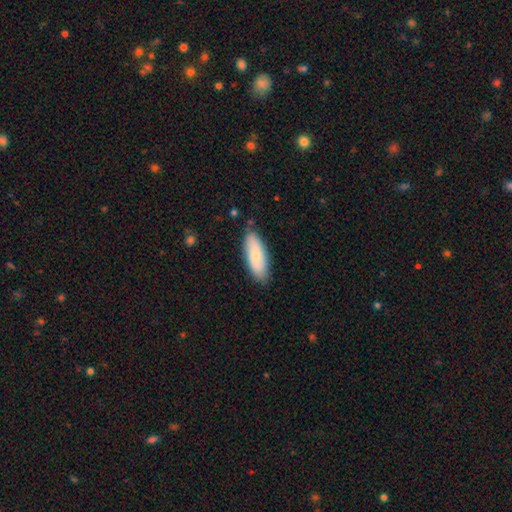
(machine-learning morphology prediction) This is likely a smooth galaxy (78%). How rounded: likely in between (65%). Merging: clearly none (83%).